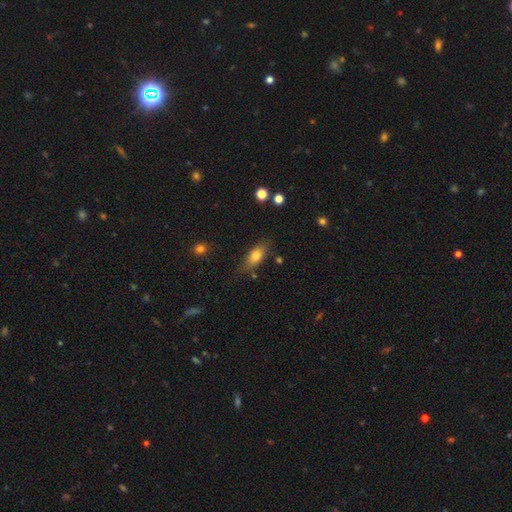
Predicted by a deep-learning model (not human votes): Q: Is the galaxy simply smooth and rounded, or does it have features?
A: smooth — 79%.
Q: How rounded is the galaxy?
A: in between — 81%.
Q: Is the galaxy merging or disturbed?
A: none — 69%.